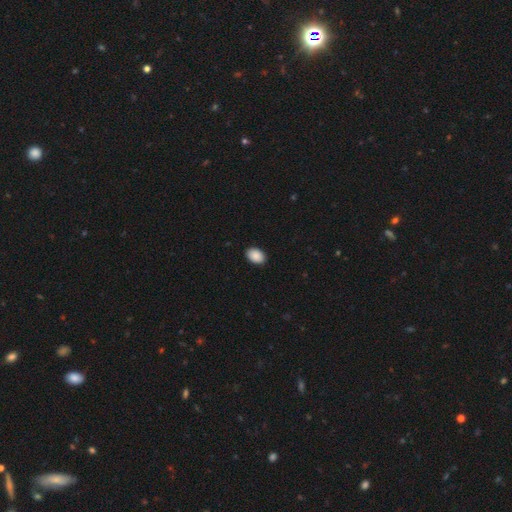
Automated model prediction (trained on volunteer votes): smooth 90%, star or artifact 7%, featured or disk 3%. Down the decision tree: how rounded — in between (79%); merging — none (90%).